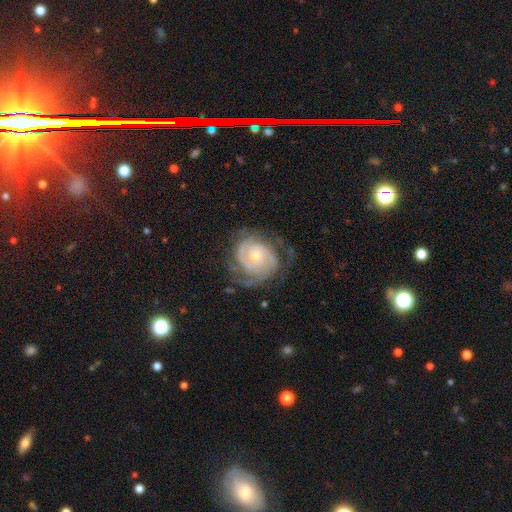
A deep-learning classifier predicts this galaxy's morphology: smooth-or-featured: featured or disk: 85% | smooth: 9% | star or artifact: 6%
  disk-edge-on: no: 97% | yes: 3%
    bar: no: 74% | weak: 21% | strong: 5%
    has-spiral-arms: yes: 95% | no: 5%
      spiral-winding: tight: 70% | medium: 24% | loose: 6%
      spiral-arm-count: 2: 36% | can't tell: 26% | 3: 22% | 4: 7% | 1: 5% | more than 4: 4%
    bulge-size: small: 50% | moderate: 47% | large: 2% | none: 1% | dominant: 1%
  merging: none: 66% | minor disturbance: 20% | major disturbance: 12% | merger: 1%